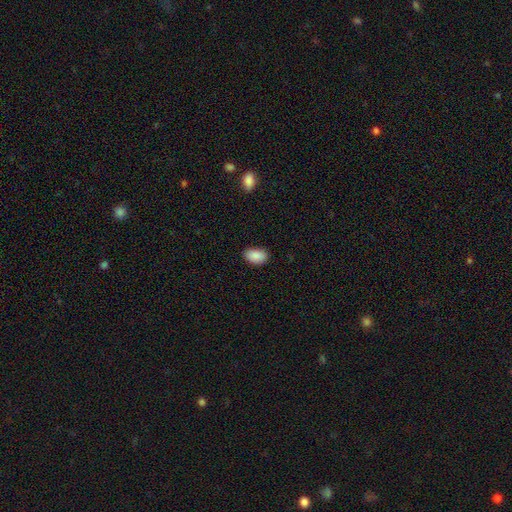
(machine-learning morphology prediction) Smooth or featured? smooth (89%)
How rounded? in between (91%)
Merging? none (84%)